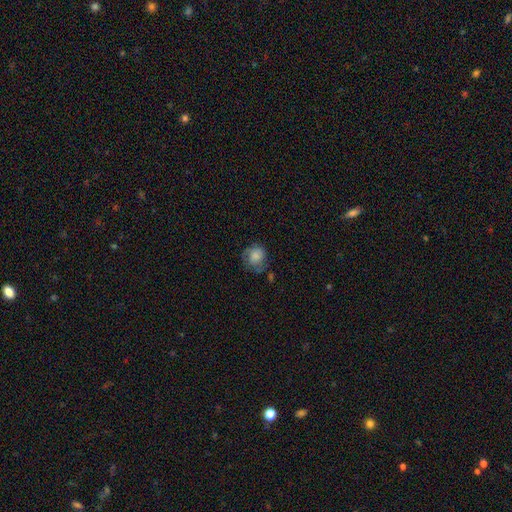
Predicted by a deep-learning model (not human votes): smooth_or_featured: smooth (p=0.67) [alt: featured or disk p=0.25]
how_rounded: round (p=0.78) [alt: in between p=0.21]
merging: none (p=0.55) [alt: minor disturbance p=0.27]